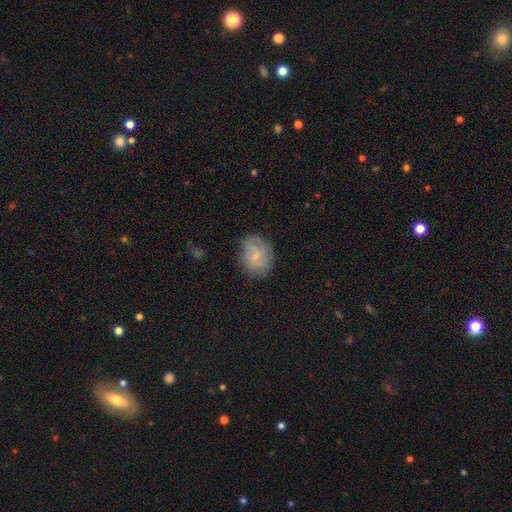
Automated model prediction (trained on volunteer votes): Q: Smooth or featured?
A: smooth (54%); runner-up: featured or disk (37%)
Q: How rounded?
A: in between (50%); runner-up: round (49%)
Q: Merging?
A: none (72%); runner-up: minor disturbance (20%)